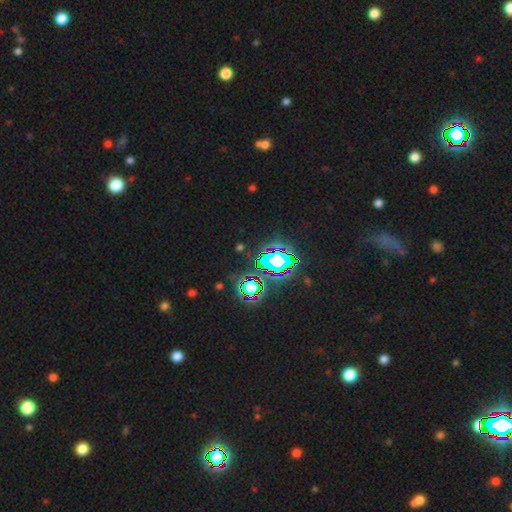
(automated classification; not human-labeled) Morphology: type=star or artifact (81%).